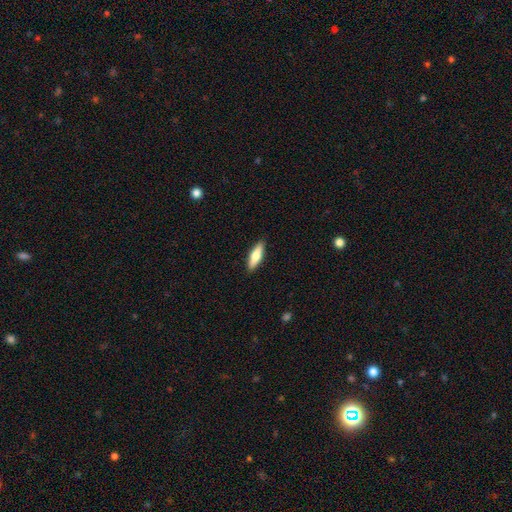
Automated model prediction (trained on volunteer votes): This is likely a smooth galaxy (64%). How rounded: possibly cigar-shaped (56%). Merging: clearly none (90%).